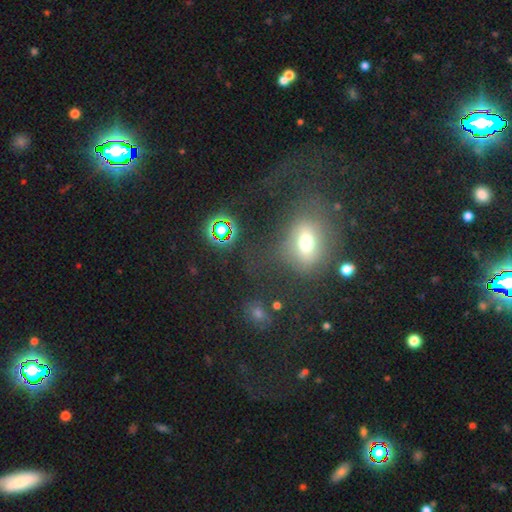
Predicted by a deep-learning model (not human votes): A smooth galaxy with no disk features (49%).

Vote fractions:
- Smooth or featured? smooth: 49% / star or artifact: 27% / featured or disk: 24%
- Merging? none: 46% / major disturbance: 30% / minor disturbance: 16% / merger: 8%